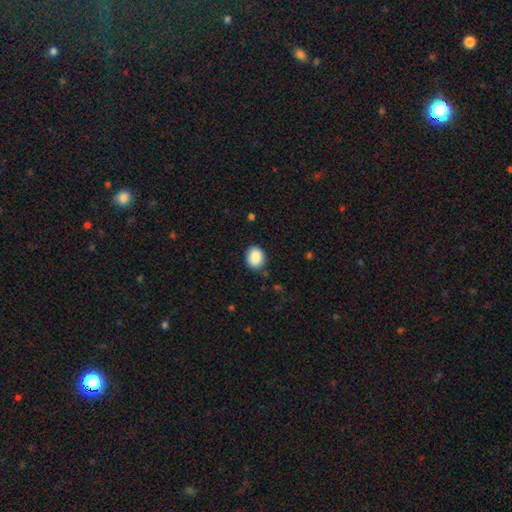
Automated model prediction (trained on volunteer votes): This is clearly a smooth galaxy (88%). How rounded: likely round (62%). Merging: clearly none (87%).